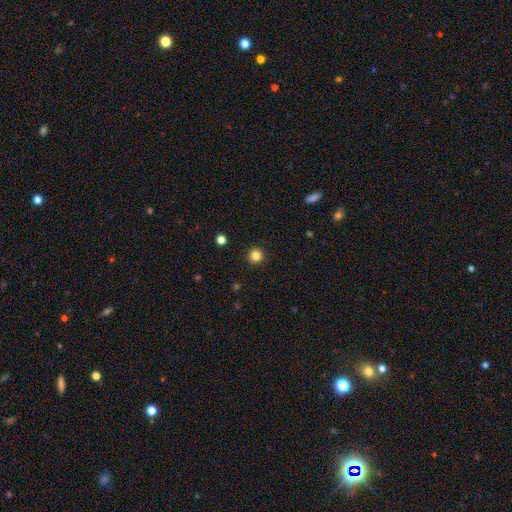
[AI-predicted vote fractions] A smooth galaxy with no disk features (83%) that is round (96%).

Vote fractions:
- Smooth or featured? smooth: 83% / star or artifact: 13% / featured or disk: 4%
- How rounded? round: 96% / in between: 3% / cigar-shaped: 1%
- Merging? none: 93% / minor disturbance: 4% / major disturbance: 2% / merger: 1%